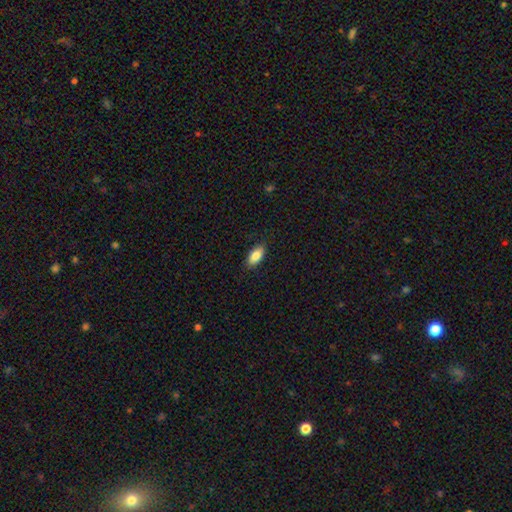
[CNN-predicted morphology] Smooth or featured?
  - smooth: 85% *
  - featured or disk: 8%
  - star or artifact: 7%
How rounded?
  - in between: 88% *
  - cigar-shaped: 10%
  - round: 3%
Merging?
  - none: 87% *
  - minor disturbance: 10%
  - major disturbance: 2%
  - merger: 1%